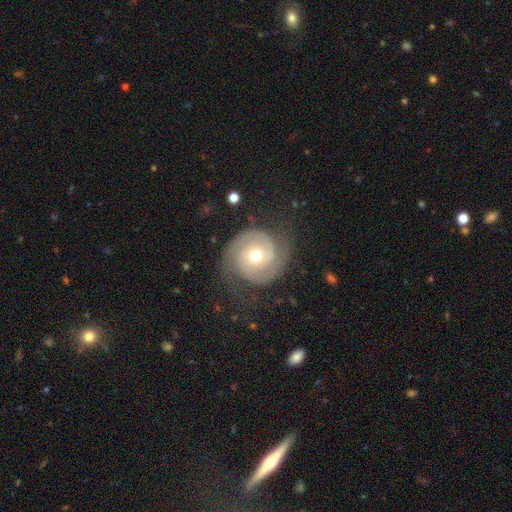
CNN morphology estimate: The model was most divided on "spiral winding": tight: 54%, medium: 36%, loose: 10%. More confident: edge-on disk — no (98%); spiral arms — yes (97%); spiral arm count — 2 (88%); smooth or featured — featured or disk (86%); merging — none (76%); bulge size — moderate (73%); bar — no (70%).